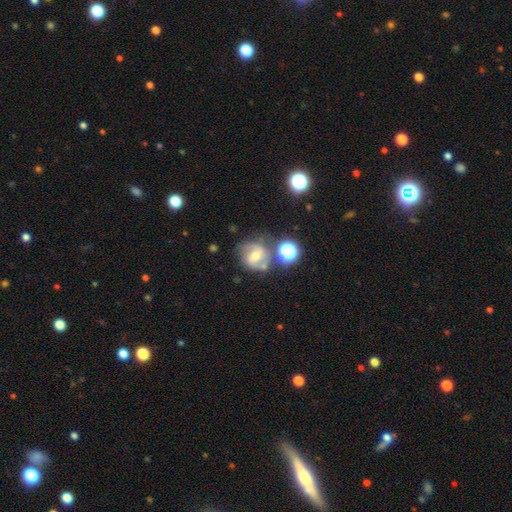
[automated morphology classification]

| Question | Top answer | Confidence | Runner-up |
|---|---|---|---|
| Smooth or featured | featured or disk | 56% | smooth (30%) |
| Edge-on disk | no | 96% | yes (4%) |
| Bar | weak | 41% | no (40%) |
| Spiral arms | yes | 81% | no (19%) |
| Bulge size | moderate | 57% | small (37%) |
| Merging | none | 55% | minor disturbance (19%) |